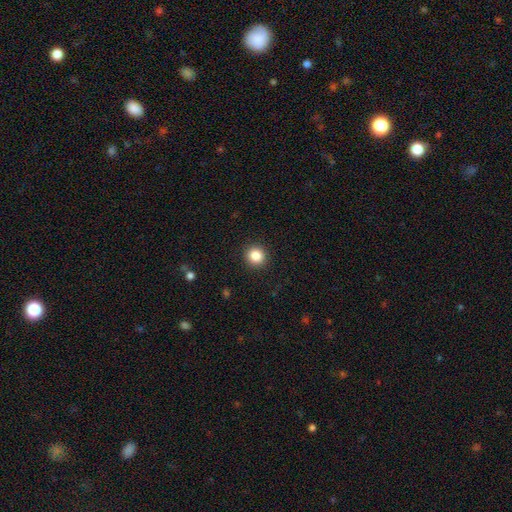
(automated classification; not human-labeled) smooth 85%, star or artifact 10%, featured or disk 5%. Down the decision tree: how rounded — round (92%); merging — none (92%).